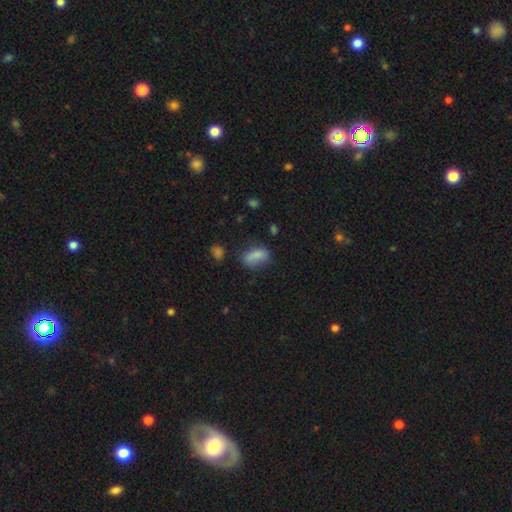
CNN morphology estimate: type=smooth (81%); roundness=in between (86%); merging=none (53%).